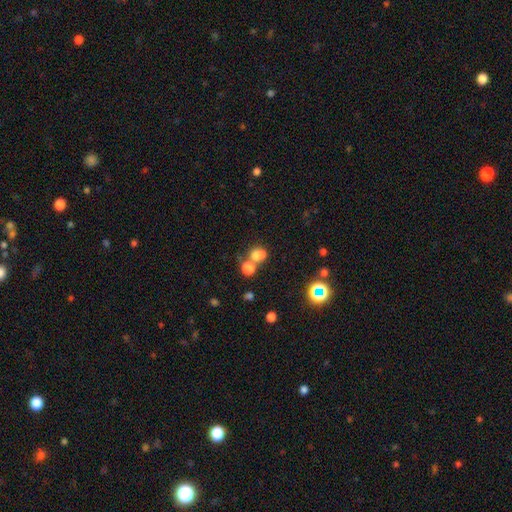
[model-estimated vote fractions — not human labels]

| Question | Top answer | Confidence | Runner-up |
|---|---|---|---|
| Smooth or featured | smooth | 67% | star or artifact (19%) |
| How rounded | round | 79% | in between (20%) |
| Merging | merger | 52% | none (37%) |